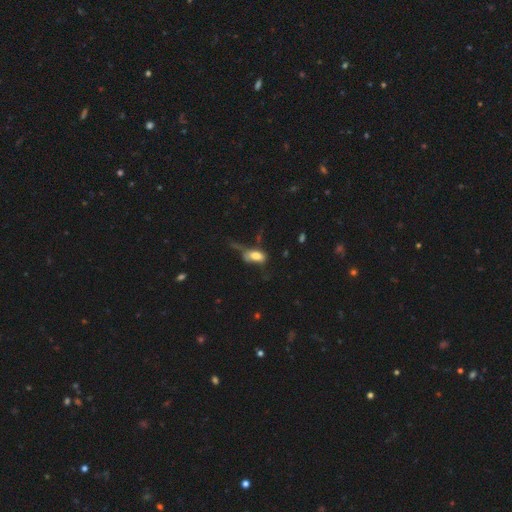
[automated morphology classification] A smooth galaxy with no disk features (70%) that is in between round and cigar-shaped (88%). Merging: major disturbance (41%).